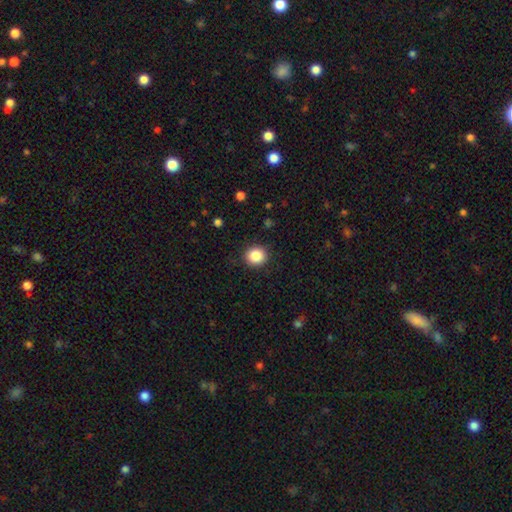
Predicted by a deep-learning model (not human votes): This is clearly a smooth galaxy (87%). How rounded: clearly round (88%). Merging: clearly none (90%).